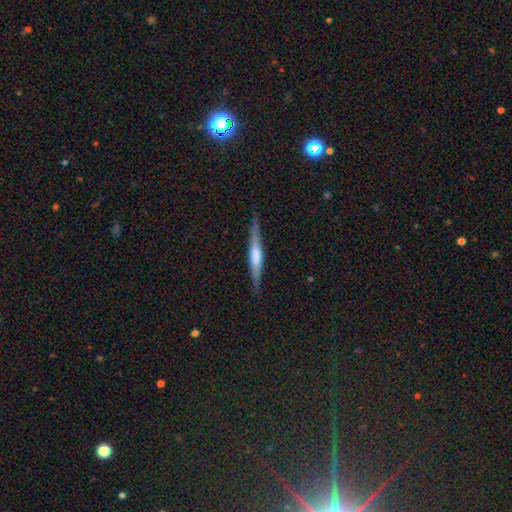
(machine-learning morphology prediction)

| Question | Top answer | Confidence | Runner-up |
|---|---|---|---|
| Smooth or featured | featured or disk | 65% | smooth (29%) |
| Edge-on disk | yes | 98% | no (2%) |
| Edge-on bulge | rounded | 51% | boxy (33%) |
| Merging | none | 88% | minor disturbance (9%) |